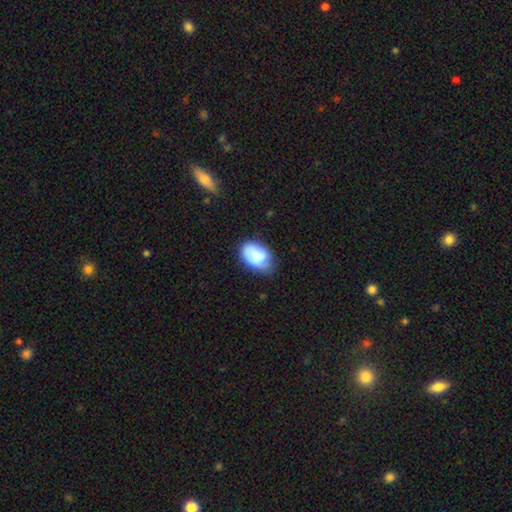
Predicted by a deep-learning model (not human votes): A smooth galaxy with no disk features (76%) that is in between round and cigar-shaped (87%). Merging: none (61%).